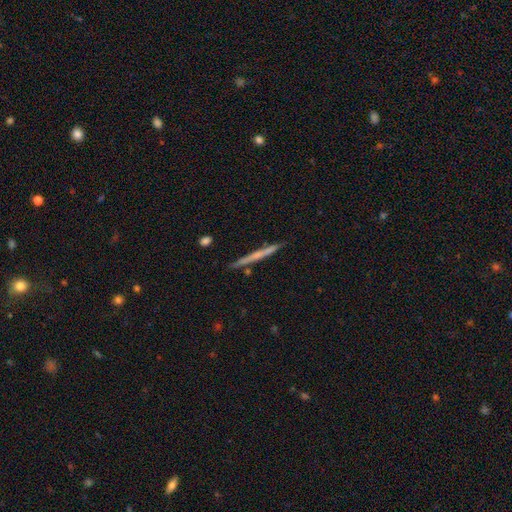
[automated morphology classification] The model was most divided on "smooth or featured": featured or disk: 49%, smooth: 45%, star or artifact: 6%. More confident: merging — none (86%).